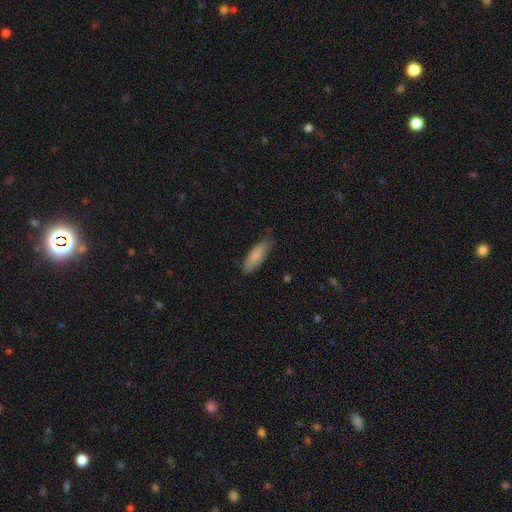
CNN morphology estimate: smooth 83%, featured or disk 11%, star or artifact 6%. Down the decision tree: how rounded — in between (58%); merging — none (76%).